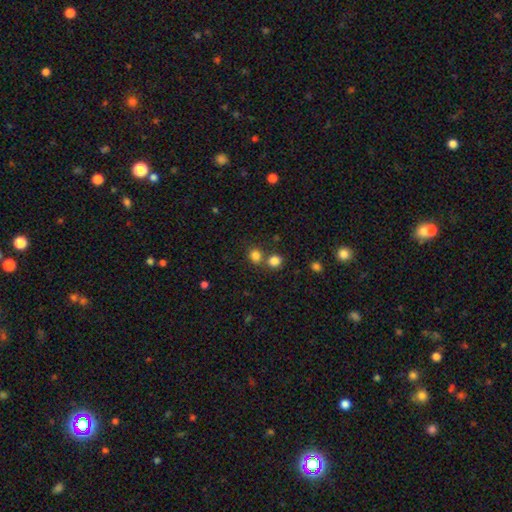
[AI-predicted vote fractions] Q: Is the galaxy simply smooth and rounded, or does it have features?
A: smooth — 81%.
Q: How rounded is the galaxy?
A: round — 75%.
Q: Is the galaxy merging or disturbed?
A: none — 61%.